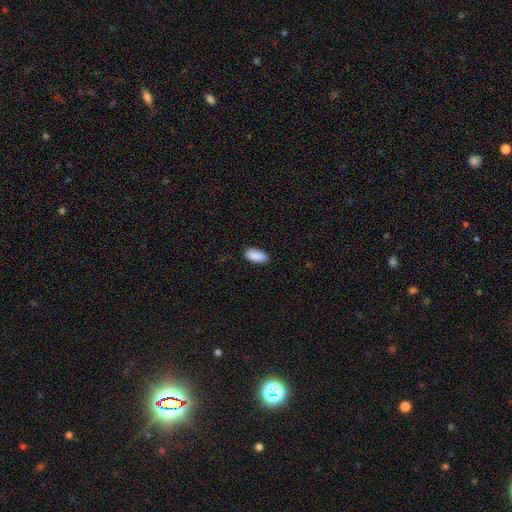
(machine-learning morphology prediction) Q: Smooth or featured?
A: smooth (90%); runner-up: star or artifact (7%)
Q: How rounded?
A: in between (90%); runner-up: cigar-shaped (8%)
Q: Merging?
A: none (85%); runner-up: minor disturbance (12%)